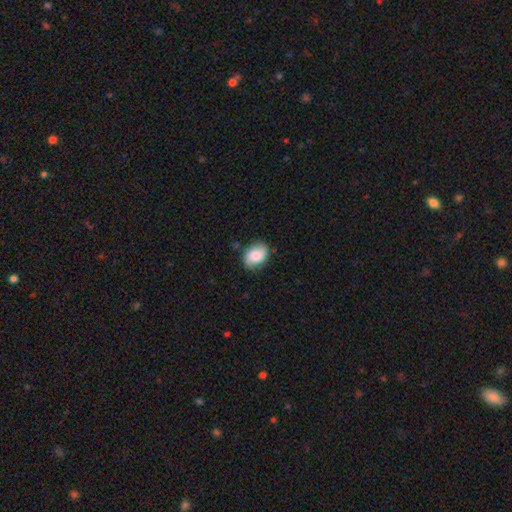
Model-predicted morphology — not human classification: Smooth or featured? Predicted: smooth (p=0.70). How rounded? Predicted: in between (p=0.71). Merging? Predicted: none (p=0.79).